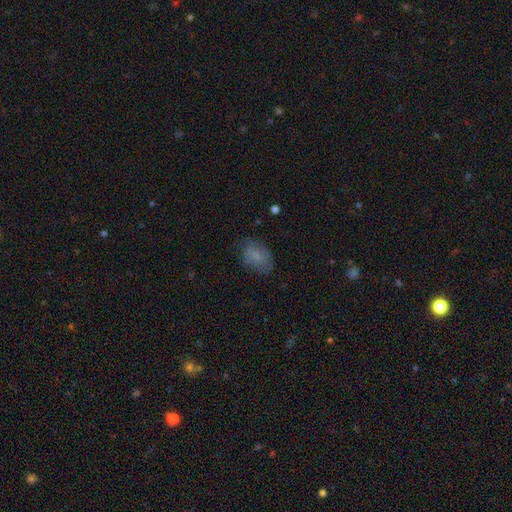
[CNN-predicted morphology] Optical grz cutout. It shows a smooth galaxy with no disk features (73%) that is in between round and cigar-shaped (80%). Merging: none (68%).